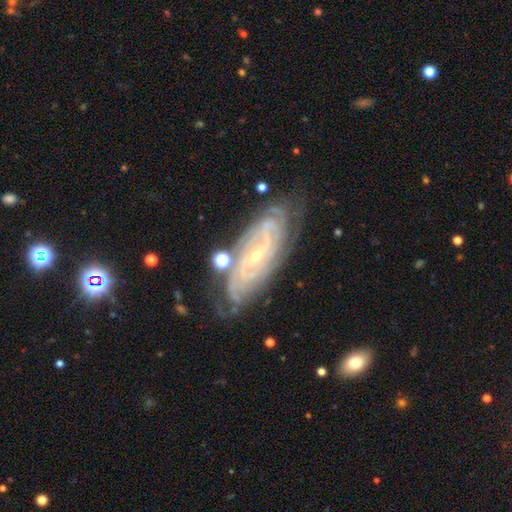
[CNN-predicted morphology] A featured or disk galaxy (89%) with a weak bar (39%), tight (75%) spiral arms (97%) and a small central bulge (74%). Merging: none (72%).